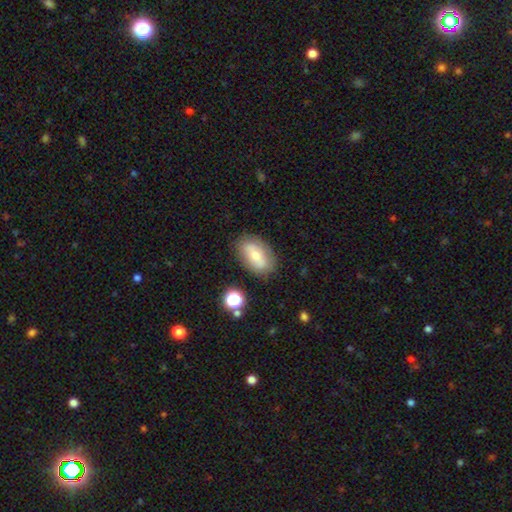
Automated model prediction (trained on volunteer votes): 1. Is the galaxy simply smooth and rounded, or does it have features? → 58% smooth, 34% featured or disk, 9% star or artifact.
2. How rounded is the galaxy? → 88% in between, 8% round, 3% cigar-shaped.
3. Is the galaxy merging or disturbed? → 79% none, 14% minor disturbance, 4% major disturbance, 3% merger.